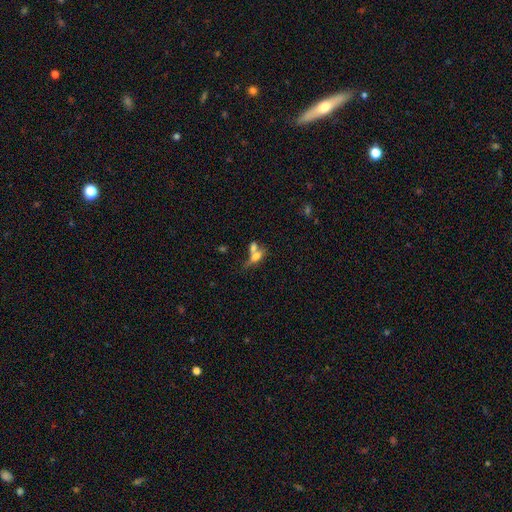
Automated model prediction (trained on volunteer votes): smooth_or_featured: smooth (p=0.60) [alt: featured or disk p=0.29]
how_rounded: in between (p=0.66) [alt: cigar-shaped p=0.20]
merging: merger (p=0.54) [alt: none p=0.27]